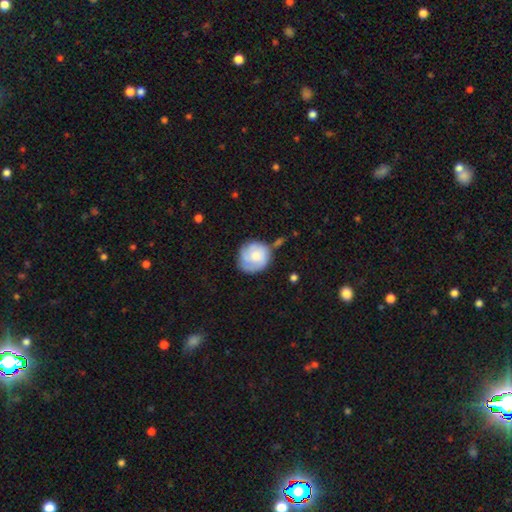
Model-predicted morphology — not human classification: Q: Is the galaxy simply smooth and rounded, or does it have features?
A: smooth — 57%.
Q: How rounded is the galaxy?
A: round — 85%.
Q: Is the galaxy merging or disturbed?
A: none — 59%.